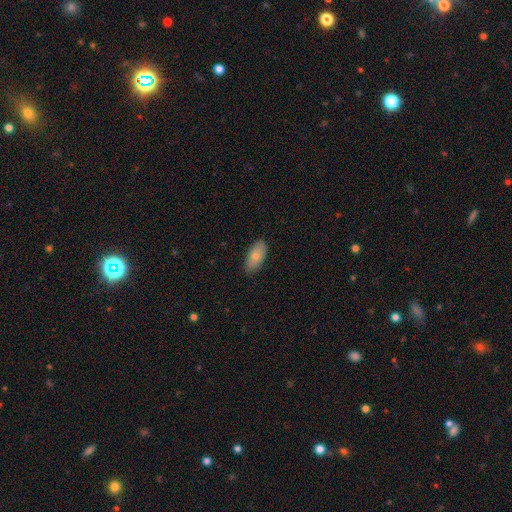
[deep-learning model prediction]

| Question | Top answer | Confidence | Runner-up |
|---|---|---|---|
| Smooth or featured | smooth | 77% | featured or disk (17%) |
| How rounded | in between | 92% | cigar-shaped (5%) |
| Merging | none | 84% | minor disturbance (13%) |